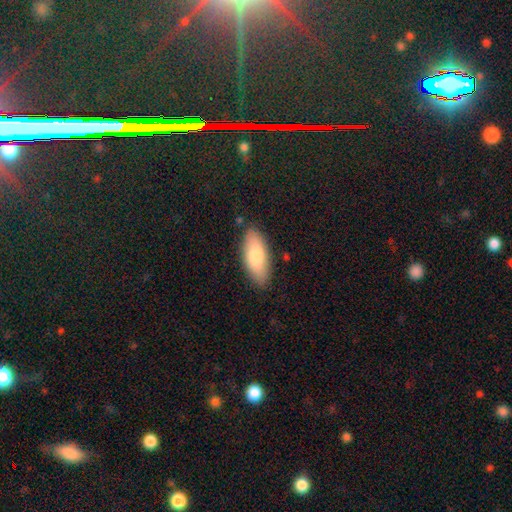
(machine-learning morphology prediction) A smooth galaxy with no disk features (78%) that is in between round and cigar-shaped (81%). Merging: none (85%).